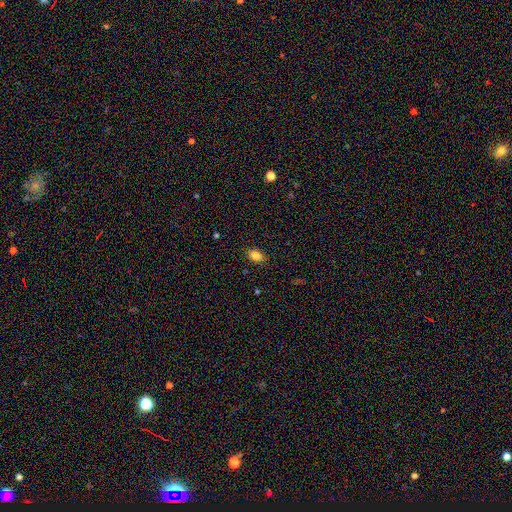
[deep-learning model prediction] Smooth or featured? smooth (81%)
How rounded? in between (83%)
Merging? none (85%)